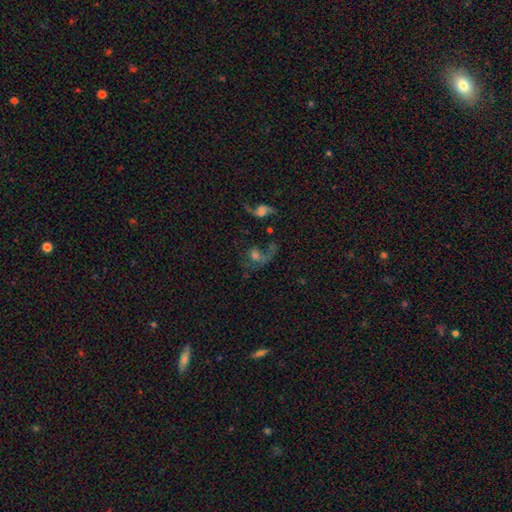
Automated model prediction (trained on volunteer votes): Q: Smooth or featured?
A: featured or disk (51%); runner-up: smooth (30%)
Q: Edge-on disk?
A: no (95%); runner-up: yes (5%)
Q: Merging?
A: major disturbance (33%); runner-up: none (29%)